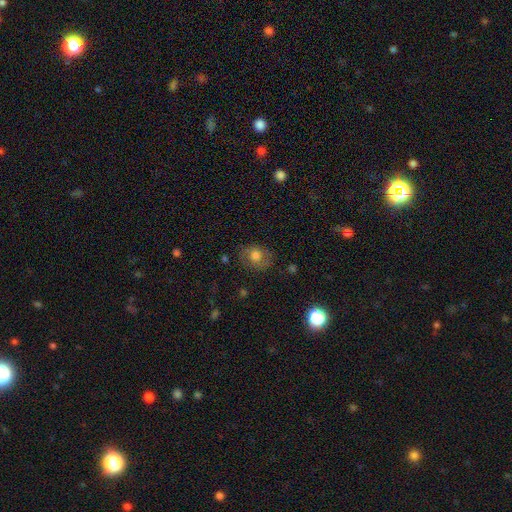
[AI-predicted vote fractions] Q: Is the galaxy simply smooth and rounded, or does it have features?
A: smooth — 65%.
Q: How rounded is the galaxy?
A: round — 59%.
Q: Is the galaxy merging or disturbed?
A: none — 75%.